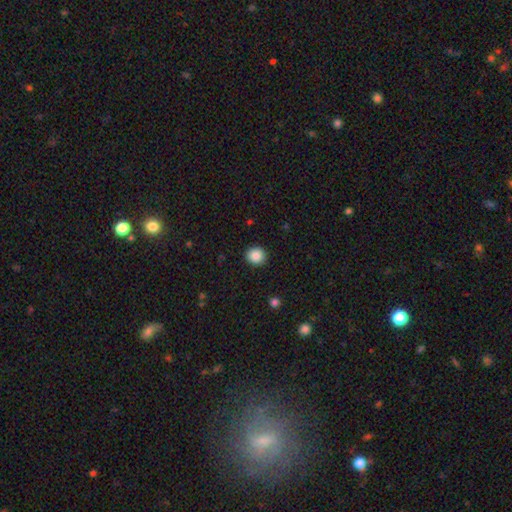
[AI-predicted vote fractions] Smooth or featured? smooth (88%)
How rounded? round (88%)
Merging? none (92%)